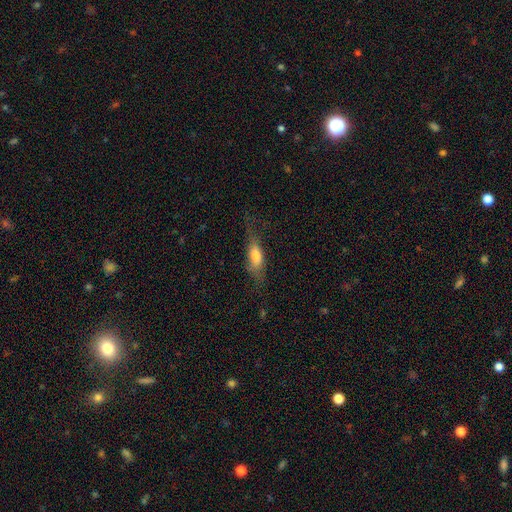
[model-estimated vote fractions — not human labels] Smooth or featured? smooth (65%)
How rounded? in between (54%)
Merging? none (57%)